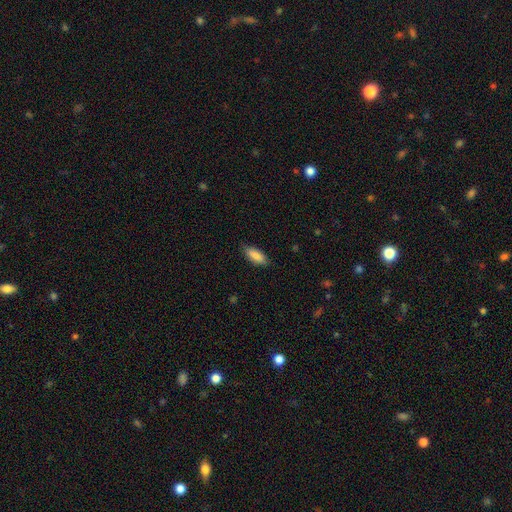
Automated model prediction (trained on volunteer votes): smooth-or-featured: smooth: 88% | featured or disk: 6% | star or artifact: 6%
  how-rounded: in between: 78% | cigar-shaped: 21% | round: 2%
  merging: none: 82% | minor disturbance: 14% | major disturbance: 2% | merger: 1%